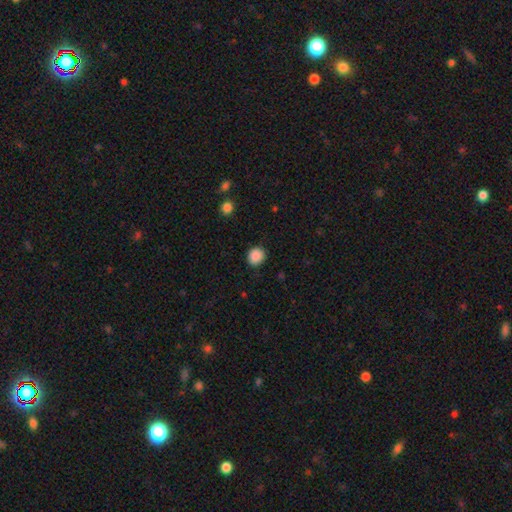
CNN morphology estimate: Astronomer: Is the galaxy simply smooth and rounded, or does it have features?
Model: smooth — 89%.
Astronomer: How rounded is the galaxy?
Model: round — 80%.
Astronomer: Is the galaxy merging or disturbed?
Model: none — 87%.